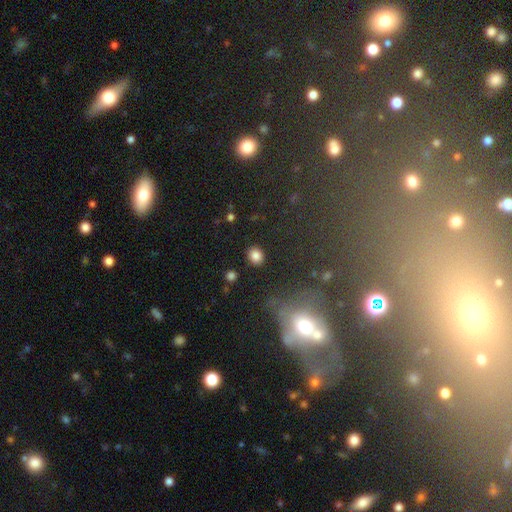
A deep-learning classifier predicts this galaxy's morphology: smooth 84%, star or artifact 10%, featured or disk 5%. Down the decision tree: how rounded — round (65%); merging — none (88%).